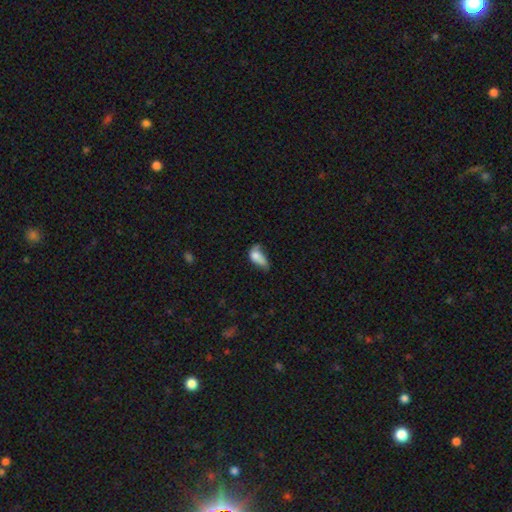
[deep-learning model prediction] A smooth galaxy with no disk features (68%) that is in between round and cigar-shaped (86%). Merging: major disturbance (35%).